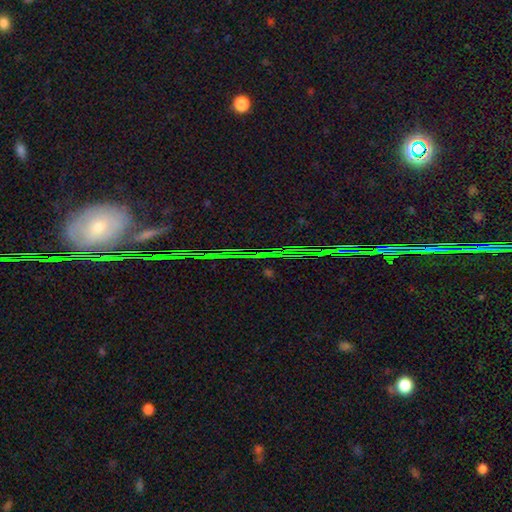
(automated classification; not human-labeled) Smooth or featured? star or artifact (59%)